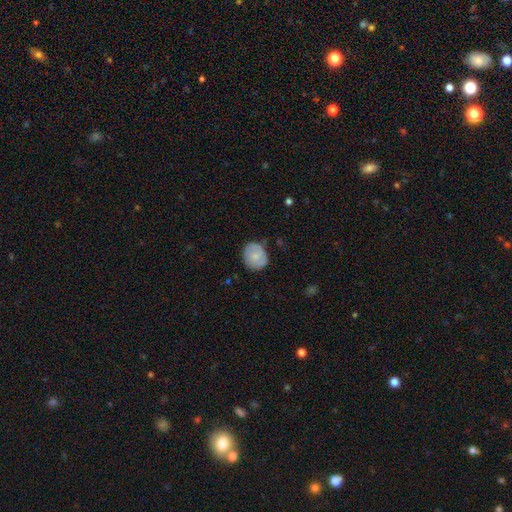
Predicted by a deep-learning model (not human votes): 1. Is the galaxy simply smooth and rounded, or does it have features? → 70% smooth, 23% featured or disk, 7% star or artifact.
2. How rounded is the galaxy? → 69% round, 30% in between, 1% cigar-shaped.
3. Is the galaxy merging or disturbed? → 75% none, 20% minor disturbance, 4% major disturbance, 1% merger.